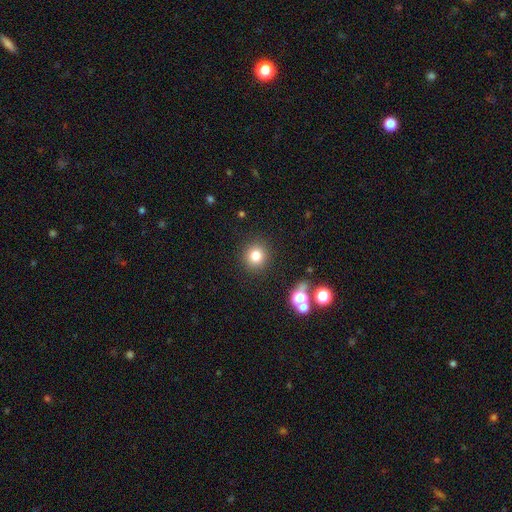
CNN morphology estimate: type=smooth (79%); roundness=round (91%); merging=none (88%).